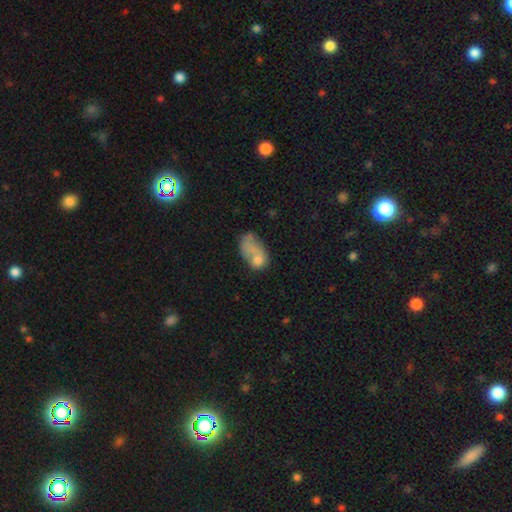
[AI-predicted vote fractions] smooth 62%, featured or disk 27%, star or artifact 11%. Down the decision tree: how rounded — in between (85%); merging — merger (36%).